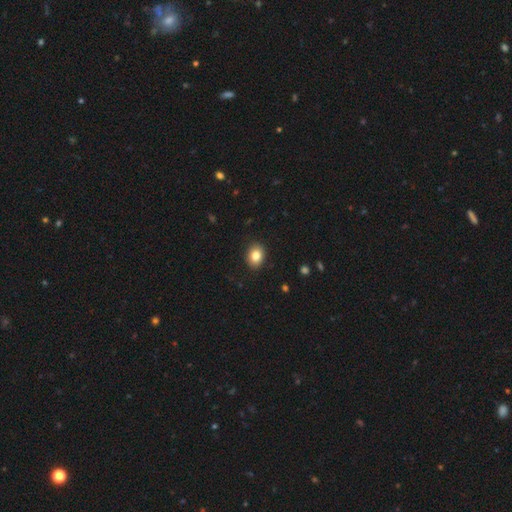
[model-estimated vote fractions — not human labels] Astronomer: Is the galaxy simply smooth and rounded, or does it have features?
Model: smooth — 83%.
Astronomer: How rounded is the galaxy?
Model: in between — 57% (runner-up: round, 42%).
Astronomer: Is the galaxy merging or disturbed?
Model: none — 90%.